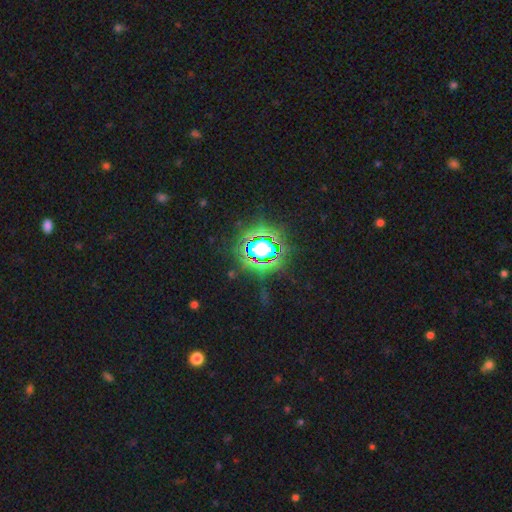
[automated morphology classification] The model was most divided on "smooth or featured": star or artifact: 74%, smooth: 16%, featured or disk: 11%.